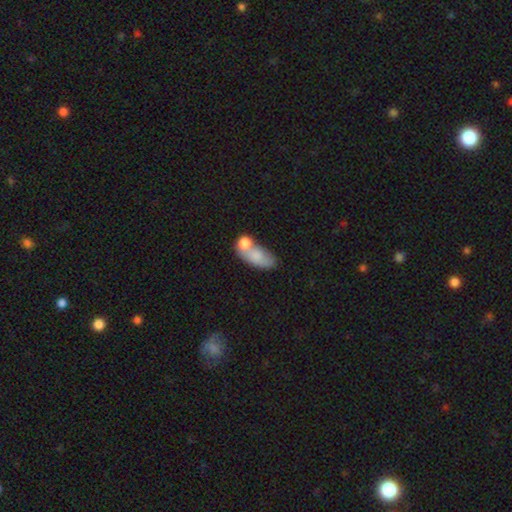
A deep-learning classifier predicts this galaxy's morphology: Overall: smooth (74%). How rounded: in between (85%). Merging: merger (48%; none 28%).